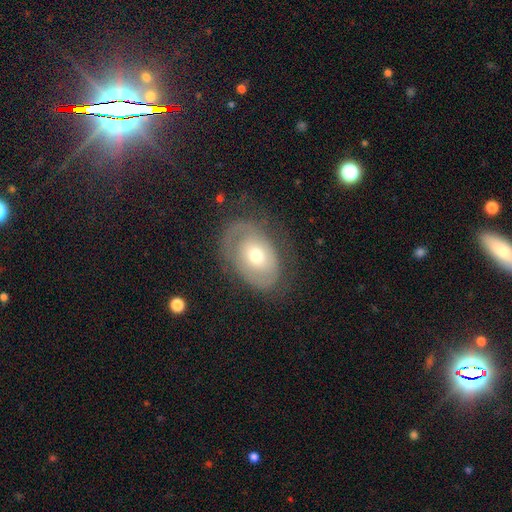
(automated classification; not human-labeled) Q: Smooth or featured?
A: featured or disk (49%); runner-up: smooth (43%)
Q: Merging?
A: none (61%); runner-up: minor disturbance (22%)